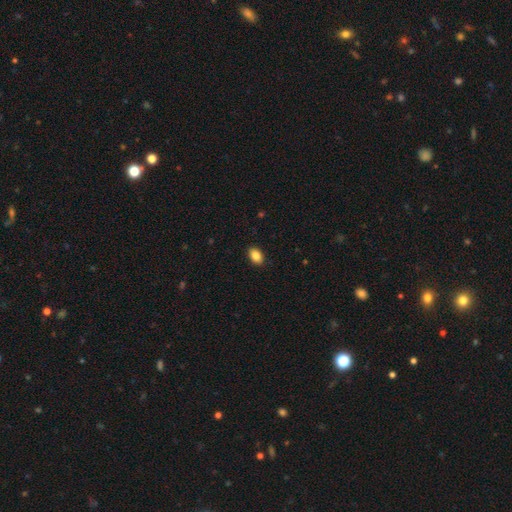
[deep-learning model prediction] This is clearly a smooth galaxy (87%). How rounded: clearly in between (84%). Merging: clearly none (89%).